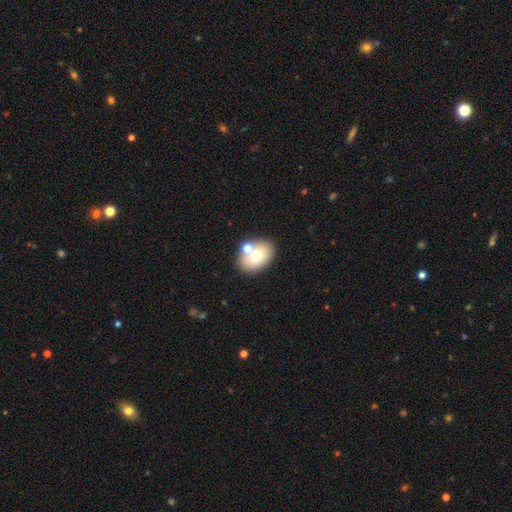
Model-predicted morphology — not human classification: Smooth or featured: smooth — 69% (featured or disk — 22%)
How rounded: in between — 73% (round — 26%)
Merging: none — 67% (merger — 19%)